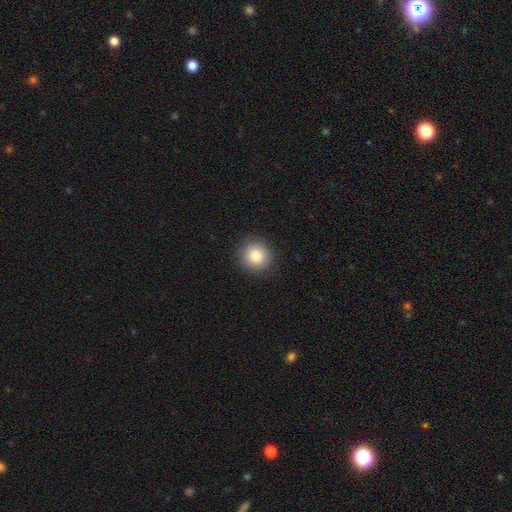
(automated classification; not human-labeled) The model was most divided on "smooth or featured": smooth: 84%, star or artifact: 9%, featured or disk: 7%. More confident: how rounded — round (90%); merging — none (90%).